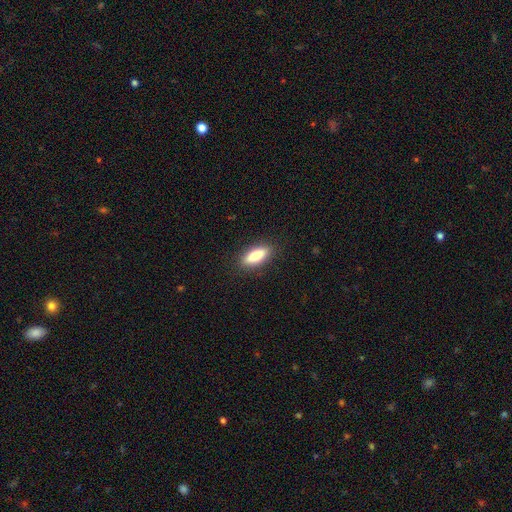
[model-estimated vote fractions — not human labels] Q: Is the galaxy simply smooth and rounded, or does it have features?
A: smooth — 82%.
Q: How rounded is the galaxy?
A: in between — 64%.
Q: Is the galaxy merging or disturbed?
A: none — 88%.